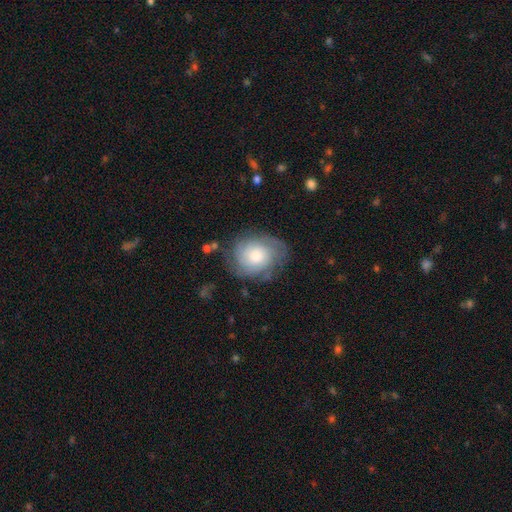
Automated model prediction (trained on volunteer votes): A featured or disk galaxy (55%) with no bar (82%), spiral arms (86%) and a moderate central bulge (49%).

Vote fractions:
- Smooth or featured? featured or disk: 55% / smooth: 36% / star or artifact: 9%
- Edge-on disk? no: 97% / yes: 3%
- Bar? no: 82% / weak: 16% / strong: 2%
- Spiral arms? yes: 86% / no: 14%
- Bulge size? moderate: 49% / large: 26% / small: 19% / none: 3% / dominant: 3%
- Merging? none: 69% / minor disturbance: 20% / major disturbance: 9% / merger: 2%